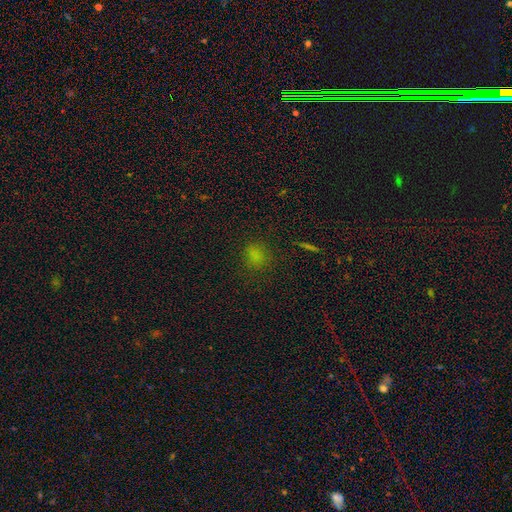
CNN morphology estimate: Overall: smooth (71%). How rounded: round (67%; in between 31%). Merging: none (81%).